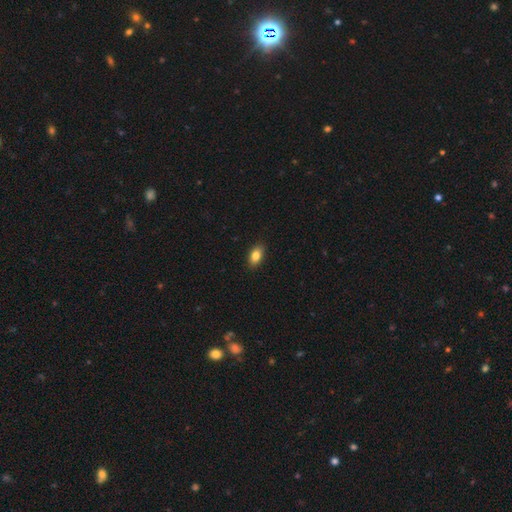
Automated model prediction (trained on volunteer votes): smooth-or-featured: smooth: 84% | star or artifact: 8% | featured or disk: 8%
  how-rounded: in between: 88% | round: 8% | cigar-shaped: 4%
  merging: none: 89% | minor disturbance: 9% | major disturbance: 2% | merger: 1%